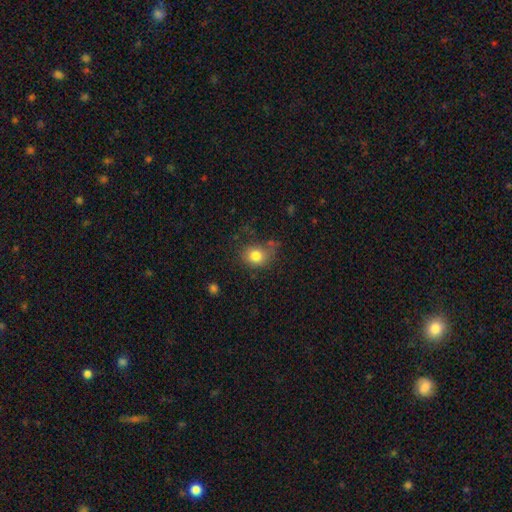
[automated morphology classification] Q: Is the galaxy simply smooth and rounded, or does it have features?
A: smooth — 81%.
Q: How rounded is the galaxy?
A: round — 62%.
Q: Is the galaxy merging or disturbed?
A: none — 63%.